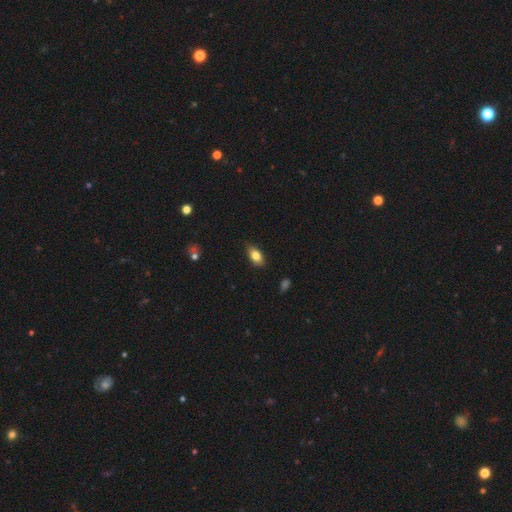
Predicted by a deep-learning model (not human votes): Overall: smooth (80%). How rounded: in between (88%). Merging: none (81%).